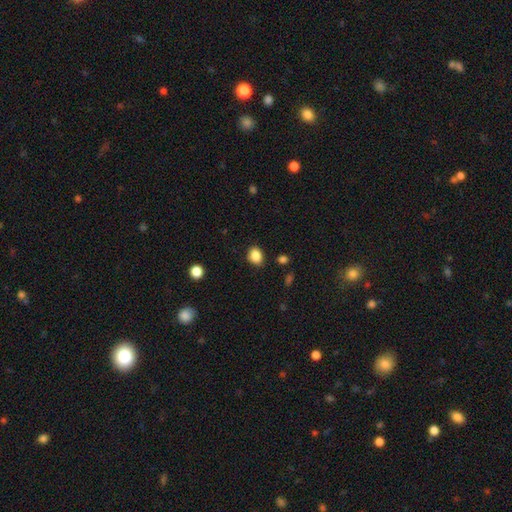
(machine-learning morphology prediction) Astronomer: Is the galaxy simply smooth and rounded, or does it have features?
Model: smooth — 86%.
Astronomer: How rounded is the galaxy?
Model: in between — 59% (runner-up: round, 40%).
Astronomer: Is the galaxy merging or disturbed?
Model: none — 84%.